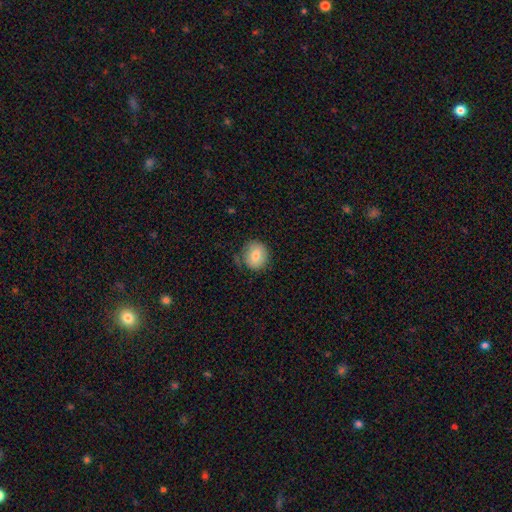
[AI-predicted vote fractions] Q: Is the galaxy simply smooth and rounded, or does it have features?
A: smooth — 77%.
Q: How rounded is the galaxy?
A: round — 83%.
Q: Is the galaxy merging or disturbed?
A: none — 73%.